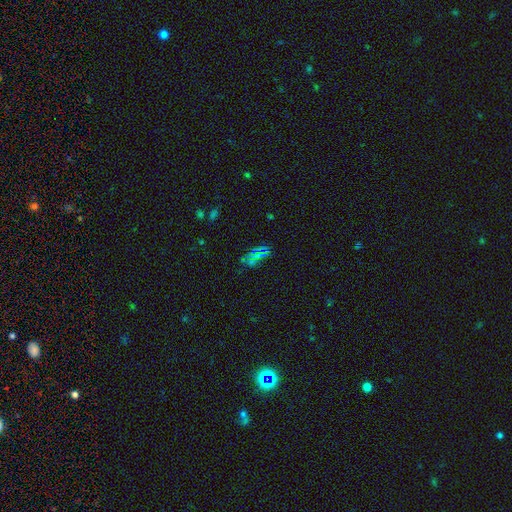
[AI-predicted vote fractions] This is marginally a star or artifact rather than a galaxy (43%).